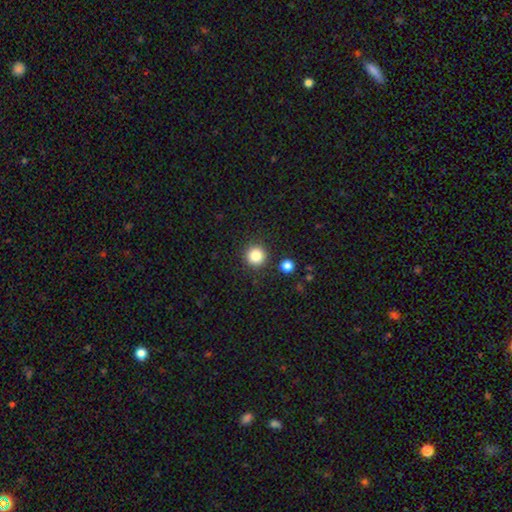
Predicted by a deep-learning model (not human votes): smooth-or-featured: smooth: 84% | star or artifact: 11% | featured or disk: 5%
  how-rounded: round: 95% | in between: 4% | cigar-shaped: 1%
  merging: none: 89% | minor disturbance: 6% | merger: 3% | major disturbance: 2%